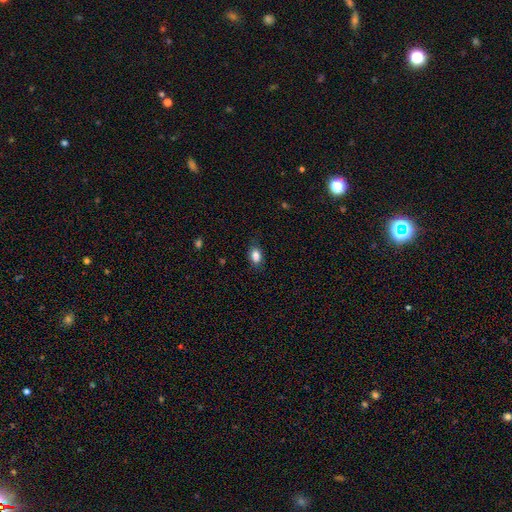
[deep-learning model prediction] This is clearly a smooth galaxy (86%). How rounded: clearly in between (82%). Merging: clearly none (80%).